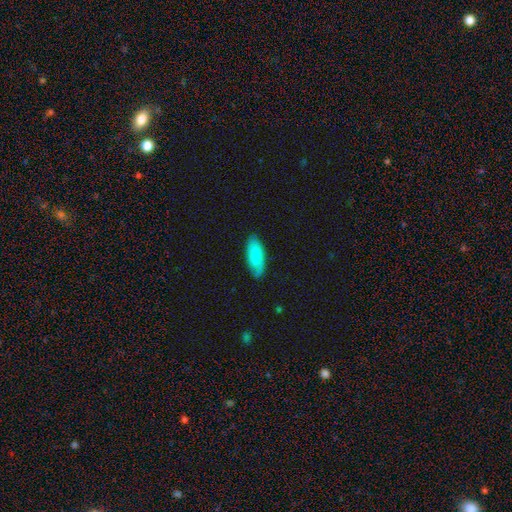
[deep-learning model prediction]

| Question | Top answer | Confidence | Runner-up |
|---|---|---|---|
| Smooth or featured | smooth | 81% | featured or disk (14%) |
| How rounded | in between | 77% | cigar-shaped (21%) |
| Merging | none | 81% | minor disturbance (15%) |